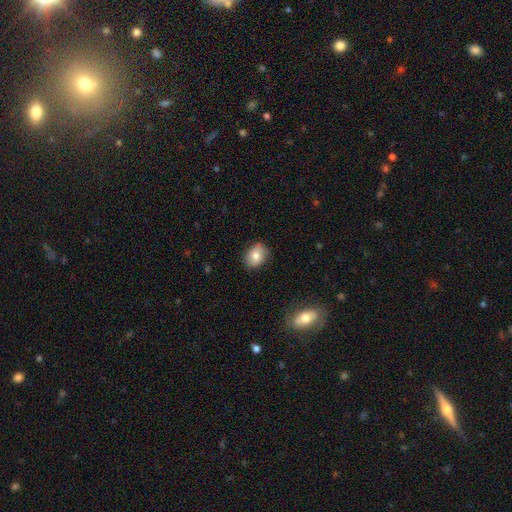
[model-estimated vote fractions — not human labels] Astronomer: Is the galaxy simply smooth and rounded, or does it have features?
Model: smooth — 76%.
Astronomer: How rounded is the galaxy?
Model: in between — 62% (runner-up: round, 37%).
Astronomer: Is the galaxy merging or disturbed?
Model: none — 80%.